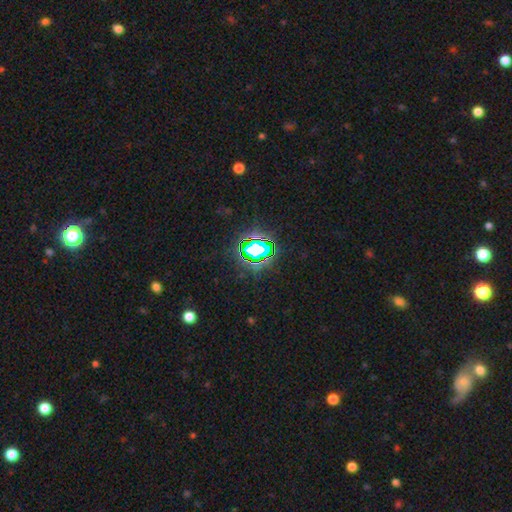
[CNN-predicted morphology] This appears to be a star or artifact, not a galaxy (75%).